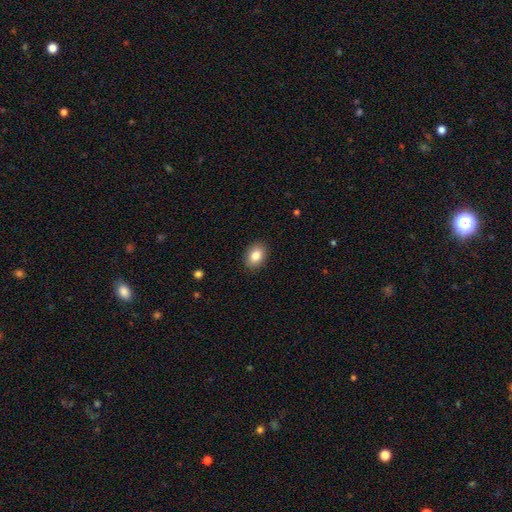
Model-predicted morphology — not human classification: Smooth or featured: smooth — 84% (star or artifact — 8%)
How rounded: in between — 75% (round — 24%)
Merging: none — 89% (minor disturbance — 8%)